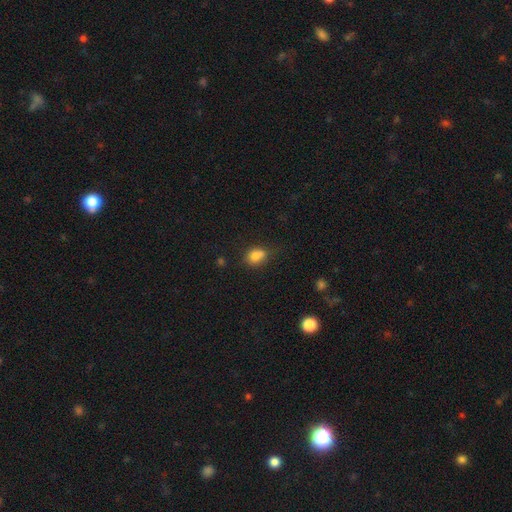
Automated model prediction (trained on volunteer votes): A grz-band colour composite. It shows a smooth galaxy with no disk features (78%) that is in between round and cigar-shaped (57%). Merging: none (45%).